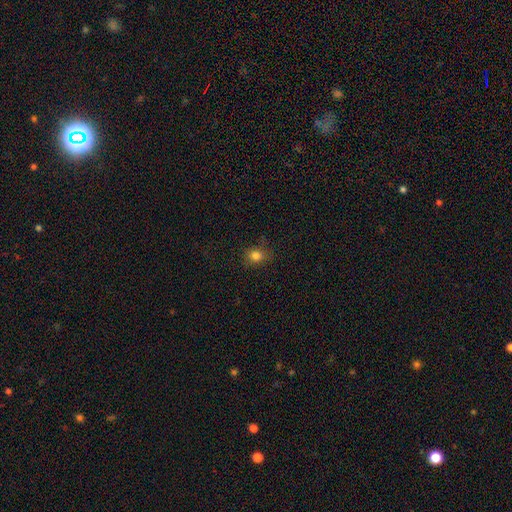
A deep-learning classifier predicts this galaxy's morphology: smooth-or-featured: smooth: 80% | star or artifact: 14% | featured or disk: 6%
  how-rounded: round: 64% | in between: 34% | cigar-shaped: 1%
  merging: none: 81% | minor disturbance: 14% | major disturbance: 4% | merger: 1%